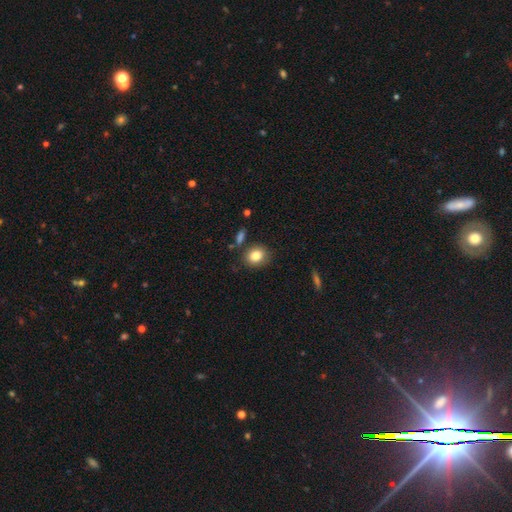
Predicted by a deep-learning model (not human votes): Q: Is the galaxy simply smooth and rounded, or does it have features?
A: smooth — 83%.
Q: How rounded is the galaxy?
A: round — 52%.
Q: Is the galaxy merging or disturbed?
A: none — 80%.